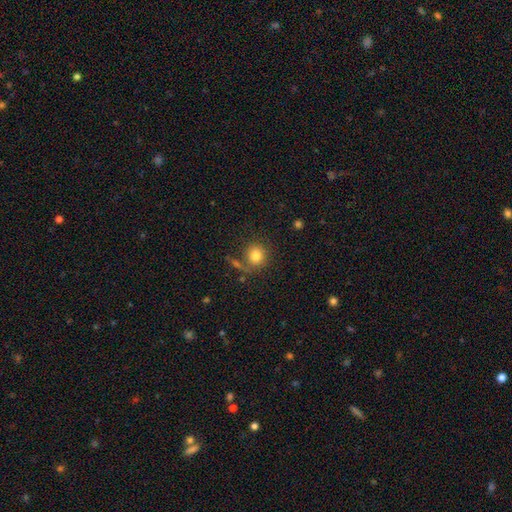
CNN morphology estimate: Smooth or featured?
  - smooth: 80% *
  - star or artifact: 11%
  - featured or disk: 9%
How rounded?
  - round: 86% *
  - in between: 13%
  - cigar-shaped: 1%
Merging?
  - none: 70% *
  - minor disturbance: 13%
  - merger: 10%
  - major disturbance: 7%